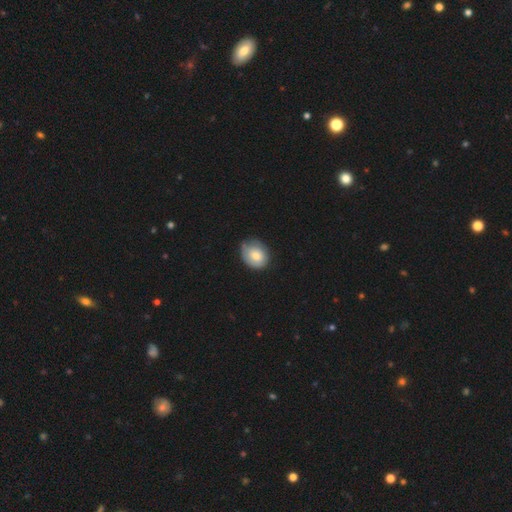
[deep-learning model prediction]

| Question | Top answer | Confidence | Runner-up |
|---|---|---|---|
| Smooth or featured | smooth | 72% | featured or disk (22%) |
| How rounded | round | 51% | in between (48%) |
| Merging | none | 64% | minor disturbance (28%) |